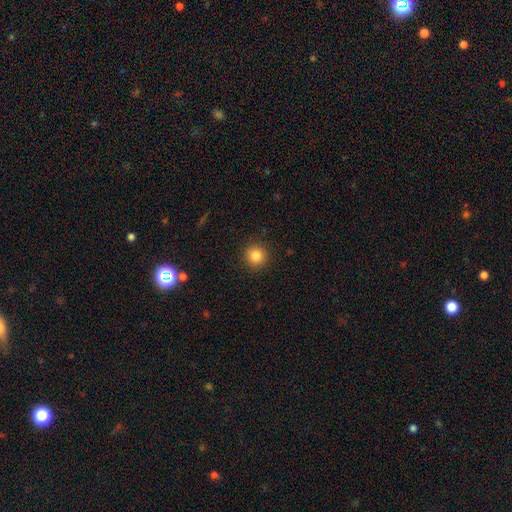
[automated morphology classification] smooth 84%, star or artifact 11%, featured or disk 5%. Down the decision tree: how rounded — round (94%); merging — none (92%).